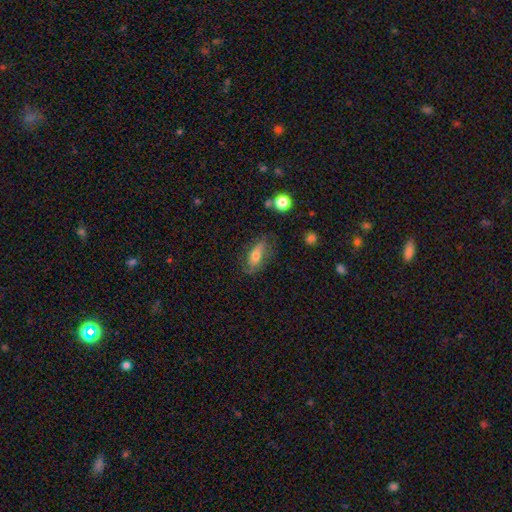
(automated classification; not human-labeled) A smooth galaxy with no disk features (50%).

Vote fractions:
- Smooth or featured? smooth: 50% / featured or disk: 41% / star or artifact: 9%
- Merging? none: 66% / minor disturbance: 22% / major disturbance: 10% / merger: 2%